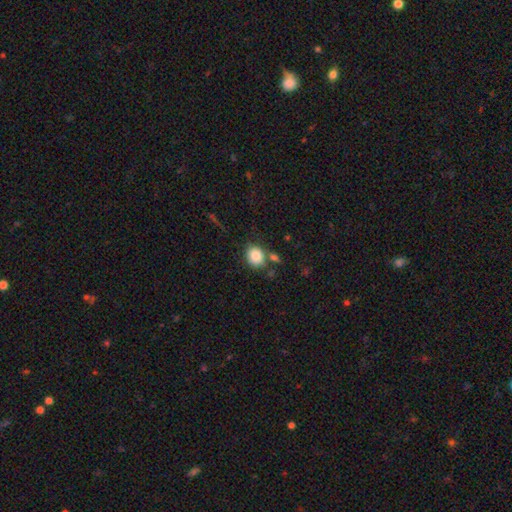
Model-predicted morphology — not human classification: smooth_or_featured: smooth (p=0.85) [alt: star or artifact p=0.09]
how_rounded: round (p=0.65) [alt: in between p=0.34]
merging: none (p=0.68) [alt: merger p=0.15]